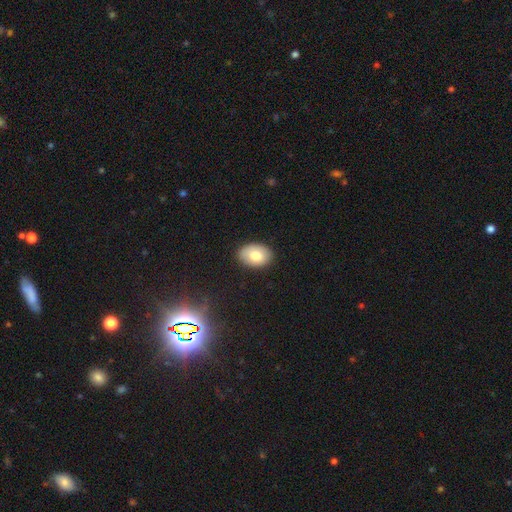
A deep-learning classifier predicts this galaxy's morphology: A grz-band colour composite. It shows a smooth galaxy with no disk features (75%) that is in between round and cigar-shaped (82%). Merging: none (87%).